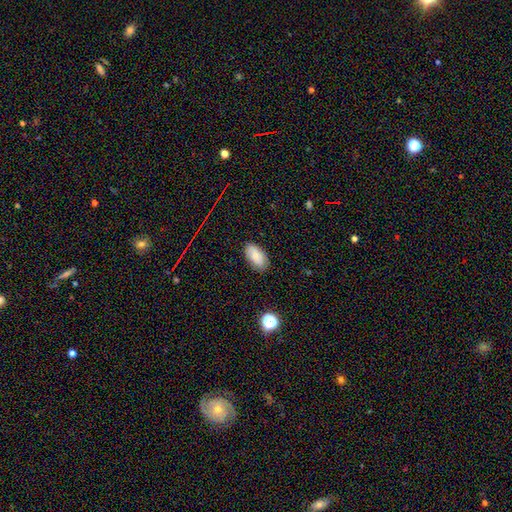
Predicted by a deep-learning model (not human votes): smooth_or_featured: smooth (p=0.80) [alt: featured or disk p=0.11]
how_rounded: in between (p=0.94) [alt: round p=0.03]
merging: none (p=0.83) [alt: minor disturbance p=0.13]